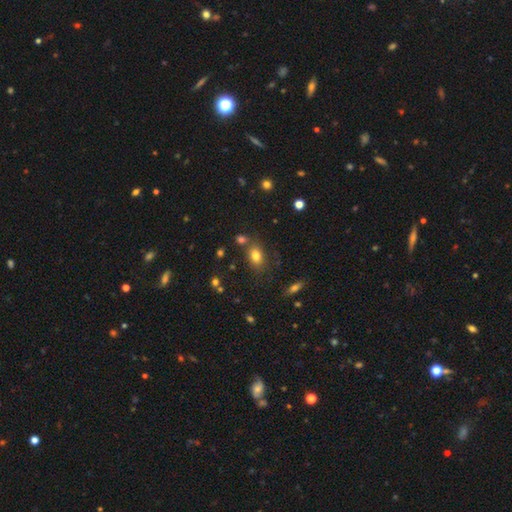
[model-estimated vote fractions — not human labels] This appears to be a smooth galaxy with no disk features (77%) that is in between round and cigar-shaped (80%). Merging: none (69%).